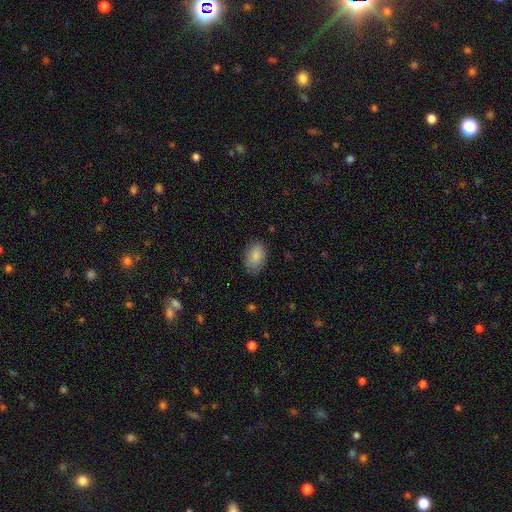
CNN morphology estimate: Overall: smooth (86%). How rounded: in between (89%). Merging: none (80%).